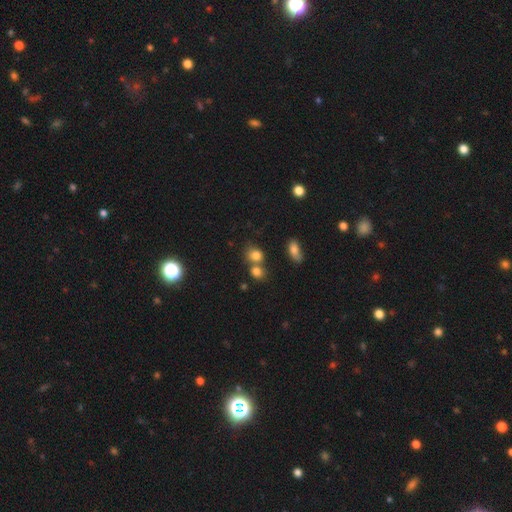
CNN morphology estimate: Smooth or featured? Predicted: smooth (p=0.79). How rounded? Predicted: round (p=0.60). Merging? Predicted: none (p=0.50).